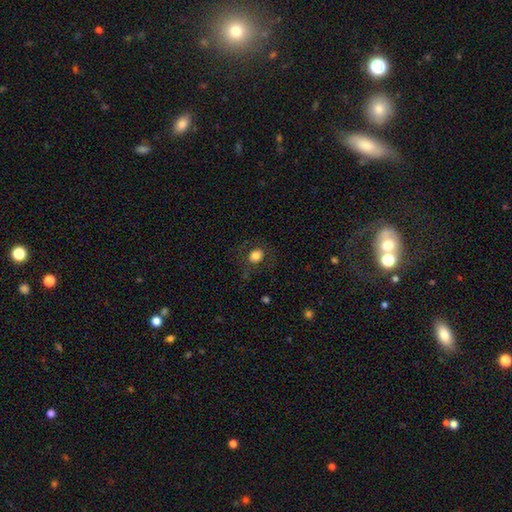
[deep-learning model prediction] The model was most divided on "how rounded": round: 71%, in between: 28%, cigar-shaped: 1%. More confident: merging — none (79%); smooth or featured — smooth (78%).